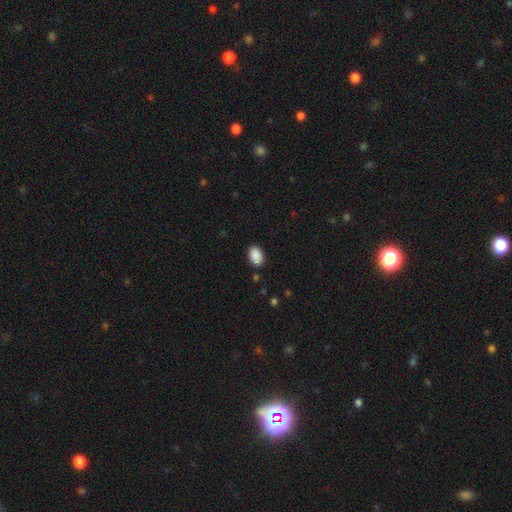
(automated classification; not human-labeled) The model was most divided on "merging": none: 85%, minor disturbance: 11%, major disturbance: 2%, merger: 2%. More confident: smooth or featured — smooth (90%); how rounded — in between (88%).